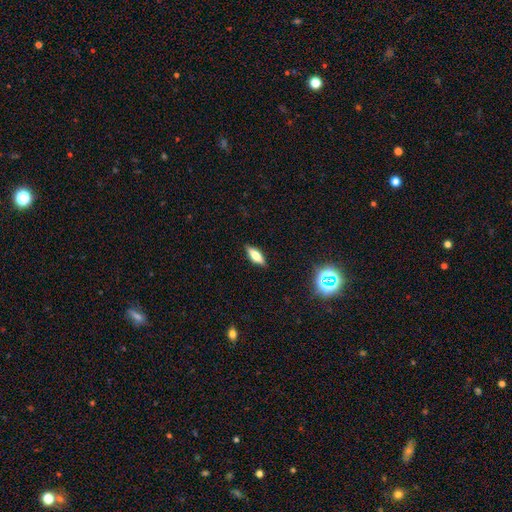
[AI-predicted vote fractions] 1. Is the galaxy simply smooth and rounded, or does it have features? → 56% smooth, 35% featured or disk, 10% star or artifact.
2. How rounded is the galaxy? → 52% in between, 45% cigar-shaped, 3% round.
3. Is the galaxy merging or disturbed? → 87% none, 9% minor disturbance, 2% major disturbance, 1% merger.